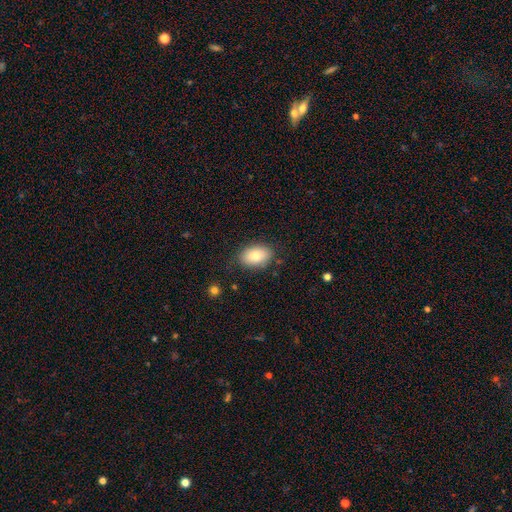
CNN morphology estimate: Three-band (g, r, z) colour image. It shows a smooth galaxy with no disk features (81%) that is in between round and cigar-shaped (88%). Merging: none (83%).